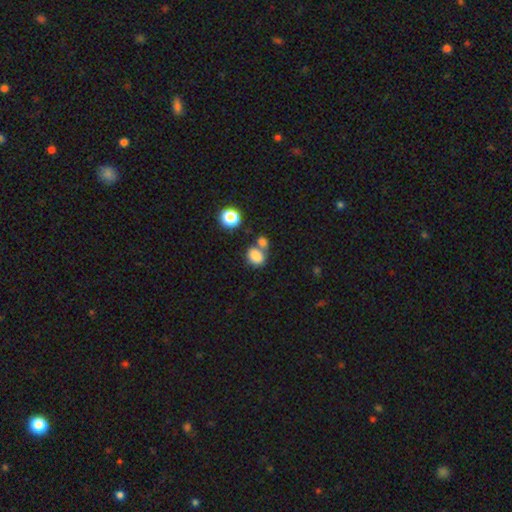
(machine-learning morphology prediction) Smooth or featured? smooth (83%)
How rounded? in between (59%)
Merging? none (45%)